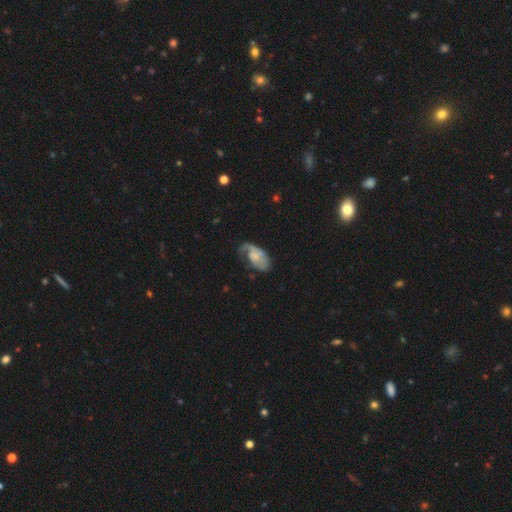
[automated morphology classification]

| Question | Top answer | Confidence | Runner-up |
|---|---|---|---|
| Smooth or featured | featured or disk | 55% | smooth (38%) |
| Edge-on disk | no | 95% | yes (5%) |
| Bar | no | 70% | weak (25%) |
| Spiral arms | yes | 74% | no (26%) |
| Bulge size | small | 32% | none (30%) |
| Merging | none | 40% | major disturbance (29%) |